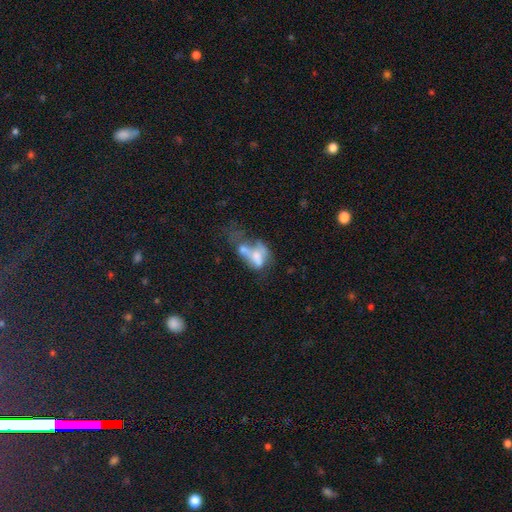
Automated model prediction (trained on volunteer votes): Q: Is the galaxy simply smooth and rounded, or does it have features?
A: featured or disk — 45%.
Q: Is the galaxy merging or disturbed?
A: merger — 54%.